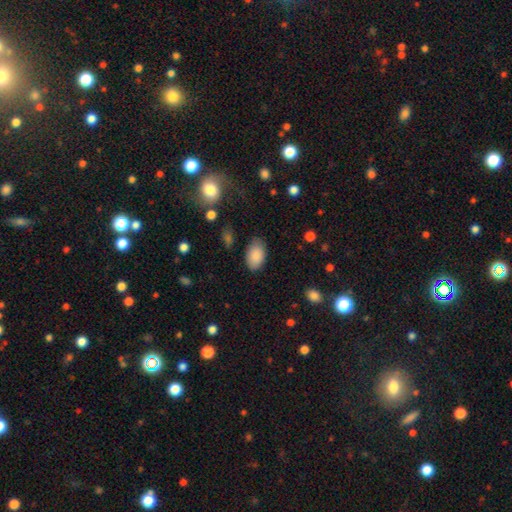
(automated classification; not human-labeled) This is clearly a smooth galaxy (88%). How rounded: clearly in between (93%). Merging: clearly none (81%).